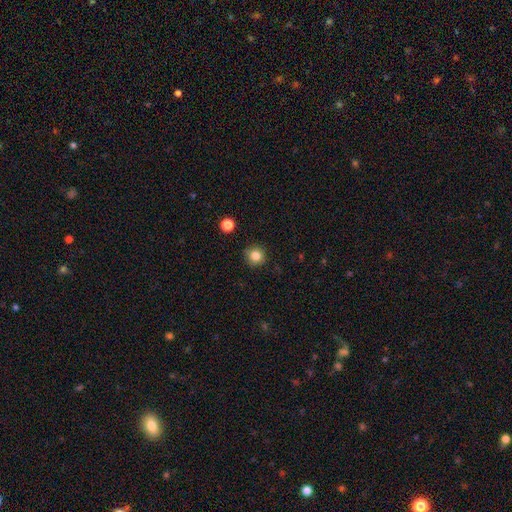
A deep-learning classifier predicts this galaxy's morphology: The model was most divided on "smooth or featured": smooth: 83%, star or artifact: 11%, featured or disk: 6%. More confident: how rounded — round (94%); merging — none (90%).